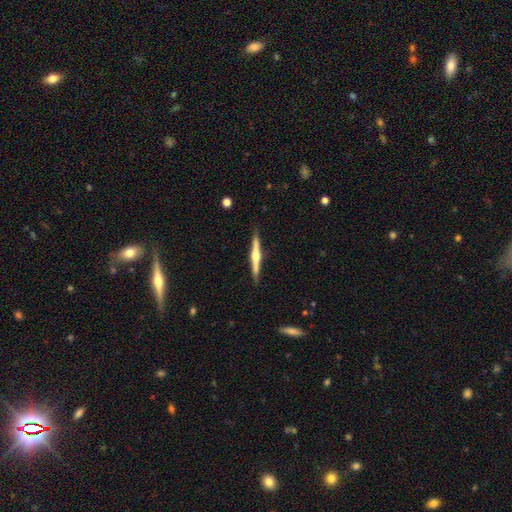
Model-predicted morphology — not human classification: Overall: featured or disk (74%). Edge-on disk: yes (98%). Edge-on bulge: rounded (89%). Merging: none (89%).